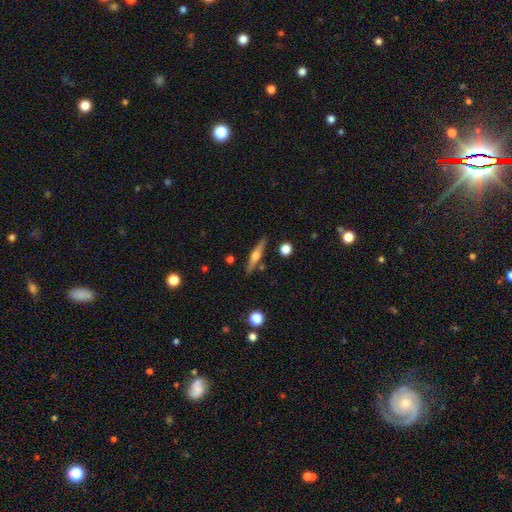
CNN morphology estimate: type=featured or disk (67%); edge-on=yes (97%); edge-on bulge=rounded (91%); merging=none (86%).